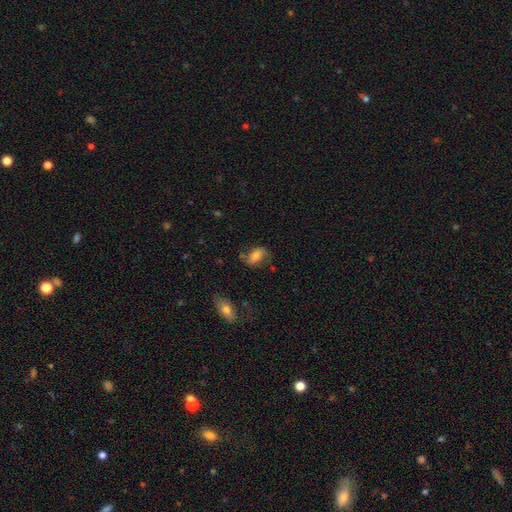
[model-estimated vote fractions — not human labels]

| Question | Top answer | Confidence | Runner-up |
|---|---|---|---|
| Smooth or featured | smooth | 64% | featured or disk (27%) |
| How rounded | in between | 86% | round (9%) |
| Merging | none | 62% | minor disturbance (23%) |